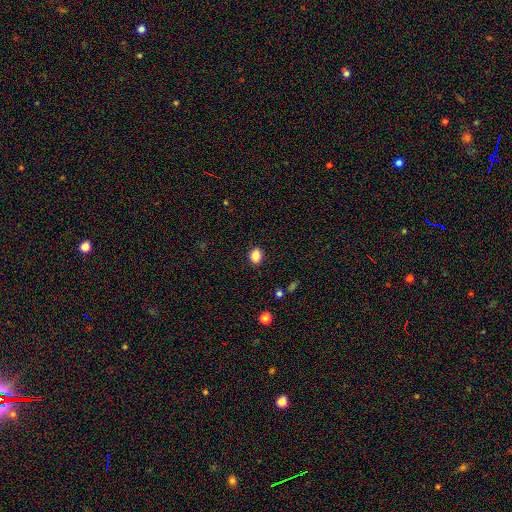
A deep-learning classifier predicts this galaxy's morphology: smooth_or_featured: smooth (p=0.86) [alt: star or artifact p=0.10]
how_rounded: in between (p=0.67) [alt: round p=0.31]
merging: none (p=0.88) [alt: minor disturbance p=0.09]